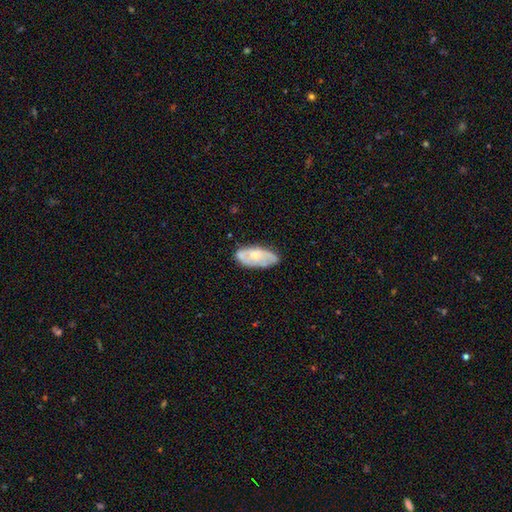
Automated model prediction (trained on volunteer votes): A featured or disk galaxy (47%, tied with smooth). Merging: none (66%).